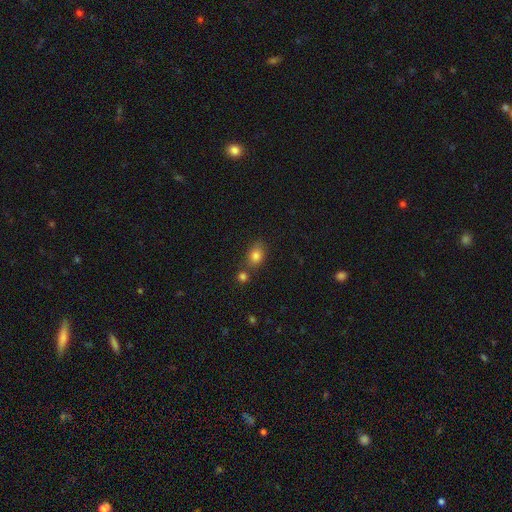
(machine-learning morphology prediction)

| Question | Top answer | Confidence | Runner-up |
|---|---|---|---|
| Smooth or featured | smooth | 81% | star or artifact (11%) |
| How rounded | in between | 60% | round (38%) |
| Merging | none | 62% | merger (18%) |